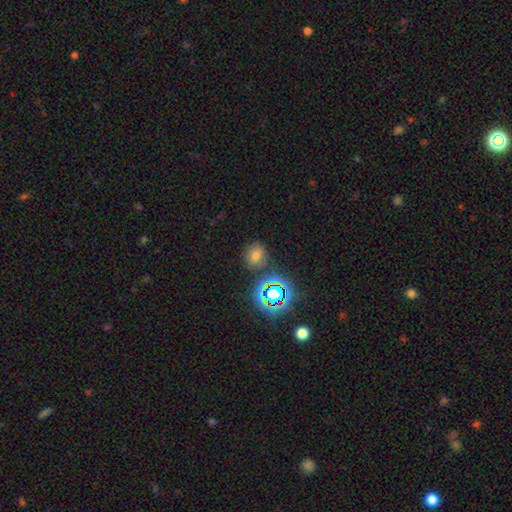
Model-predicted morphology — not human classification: type=smooth (62%); roundness=round (68%); merging=none (80%).